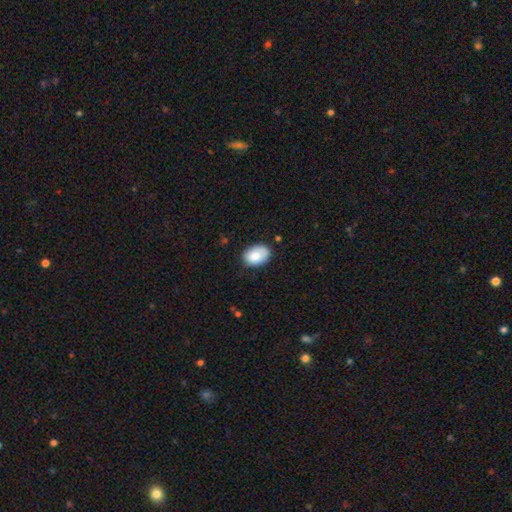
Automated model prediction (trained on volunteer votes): smooth-or-featured: smooth: 83% | featured or disk: 10% | star or artifact: 7%
  how-rounded: in between: 84% | round: 15% | cigar-shaped: 1%
  merging: none: 75% | minor disturbance: 19% | major disturbance: 4% | merger: 2%